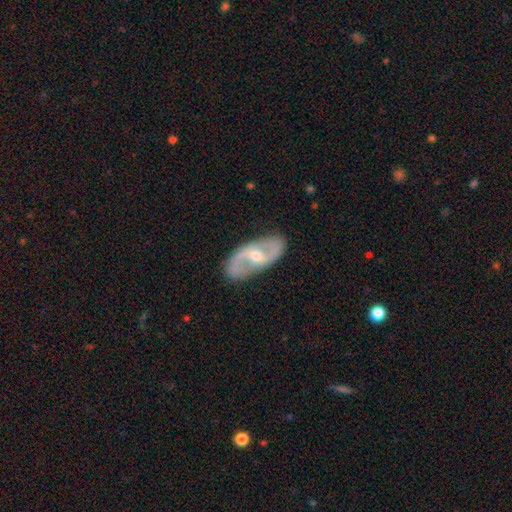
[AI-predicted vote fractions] A featured or disk galaxy (83%) with a weak bar (47%), 2 (91%) loose (46%) spiral arms (90%) and a moderate central bulge (52%).

Vote fractions:
- Smooth or featured? featured or disk: 83% / smooth: 12% / star or artifact: 5%
- Edge-on disk? no: 94% / yes: 6%
- Bar? weak: 47% / no: 31% / strong: 22%
- Spiral arms? yes: 90% / no: 10%
- Spiral winding? loose: 46% / medium: 40% / tight: 14%
- Spiral arm count? 2: 91% / can't tell: 4% / 1: 2% / 3: 1% / 4: 1% / more than 4: 1%
- Bulge size? moderate: 52% / small: 45% / large: 2% / none: 1% / dominant: 1%
- Merging? none: 84% / minor disturbance: 12% / major disturbance: 3% / merger: 1%